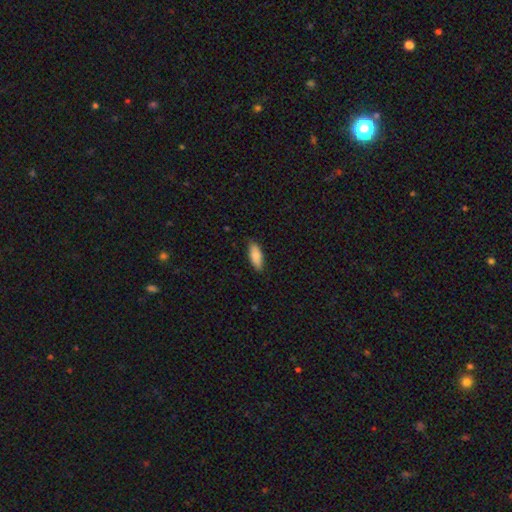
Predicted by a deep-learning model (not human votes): smooth-or-featured: smooth: 86% | featured or disk: 8% | star or artifact: 6%
  how-rounded: in between: 74% | cigar-shaped: 24% | round: 2%
  merging: none: 85% | minor disturbance: 12% | major disturbance: 2% | merger: 1%